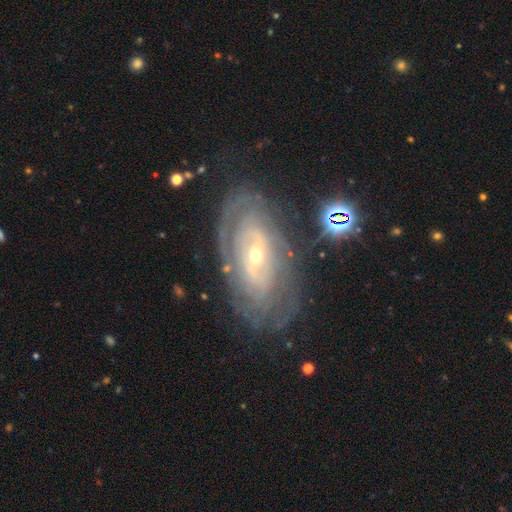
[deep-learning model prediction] Smooth or featured? Predicted: featured or disk (p=0.82). Edge-on disk? Predicted: no (p=0.93). Bar? Predicted: no (p=0.50). Spiral arms? Predicted: yes (p=0.84). Spiral winding? Predicted: tight (p=0.75). Spiral arm count? Predicted: can't tell (p=0.54). Bulge size? Predicted: small (p=0.70). Merging? Predicted: none (p=0.76).